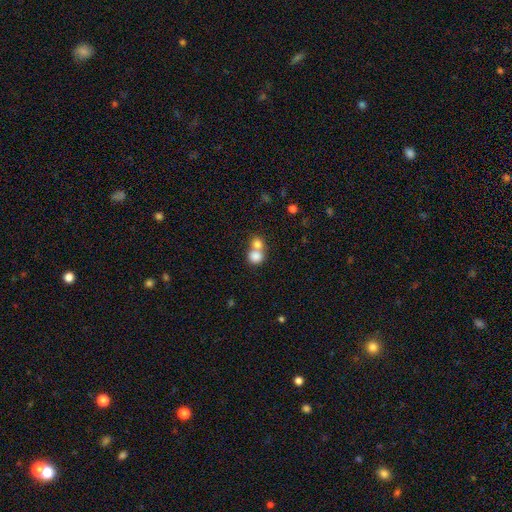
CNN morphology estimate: Smooth or featured: smooth — 80% (featured or disk — 11%)
How rounded: round — 75% (in between — 24%)
Merging: merger — 61% (none — 30%)